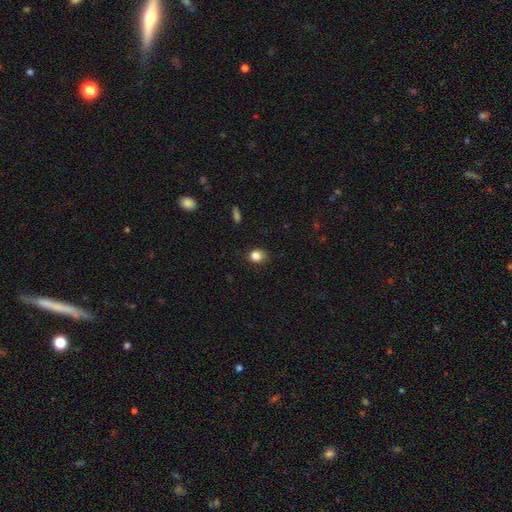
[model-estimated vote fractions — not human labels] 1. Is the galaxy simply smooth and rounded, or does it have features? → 85% smooth, 10% star or artifact, 5% featured or disk.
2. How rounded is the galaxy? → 64% round, 35% in between, 1% cigar-shaped.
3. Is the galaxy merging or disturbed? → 73% none, 21% minor disturbance, 5% major disturbance, 1% merger.